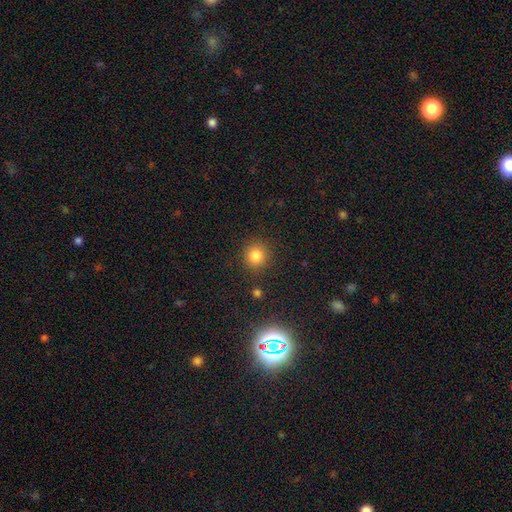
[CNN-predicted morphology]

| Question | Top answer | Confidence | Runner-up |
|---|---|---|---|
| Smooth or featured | smooth | 82% | star or artifact (13%) |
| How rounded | round | 91% | in between (8%) |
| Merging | none | 88% | minor disturbance (7%) |